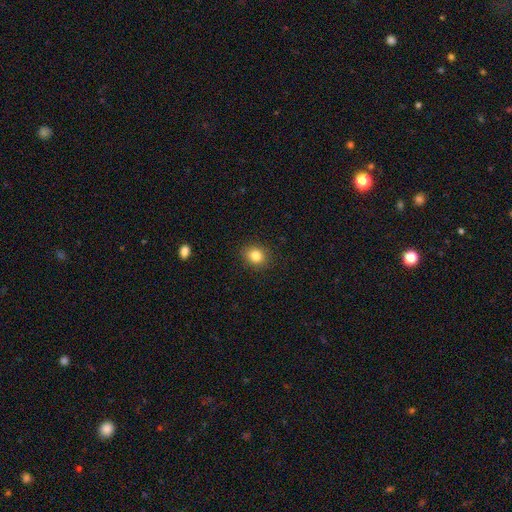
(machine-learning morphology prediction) Smooth or featured? Predicted: smooth (p=0.83). How rounded? Predicted: round (p=0.67). Merging? Predicted: none (p=0.88).